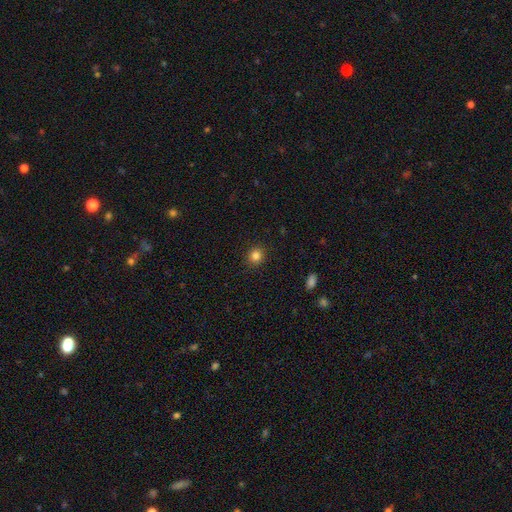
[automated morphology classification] The model was most divided on "smooth or featured": smooth: 84%, star or artifact: 12%, featured or disk: 5%. More confident: merging — none (91%); how rounded — round (87%).